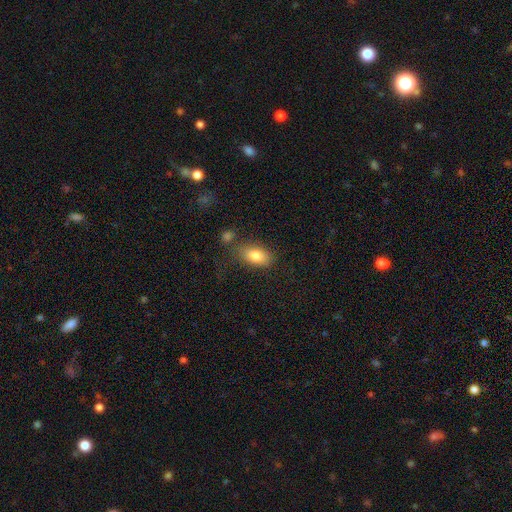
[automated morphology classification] This appears to be a smooth galaxy with no disk features (80%) that is in between round and cigar-shaped (90%). Merging: none (72%).